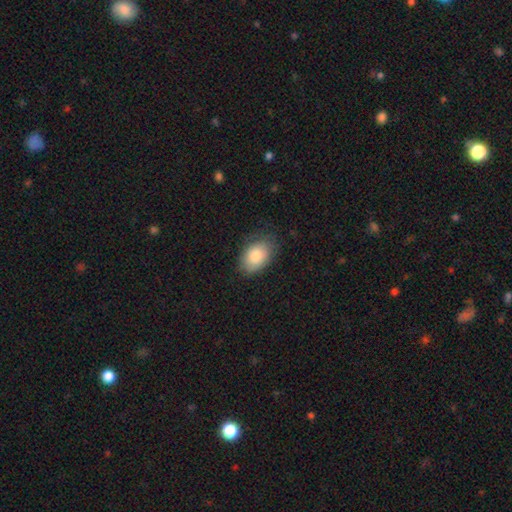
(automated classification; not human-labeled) A smooth galaxy with no disk features (81%) that is in between round and cigar-shaped (88%).

Vote fractions:
- Smooth or featured? smooth: 81% / featured or disk: 12% / star or artifact: 7%
- How rounded? in between: 88% / round: 11% / cigar-shaped: 1%
- Merging? none: 76% / minor disturbance: 19% / major disturbance: 5% / merger: 1%